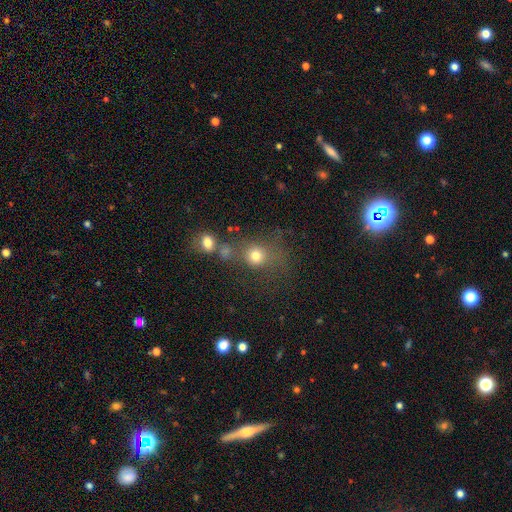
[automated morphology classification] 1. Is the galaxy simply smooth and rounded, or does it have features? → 73% smooth, 17% star or artifact, 10% featured or disk.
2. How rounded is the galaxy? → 80% round, 19% in between, 1% cigar-shaped.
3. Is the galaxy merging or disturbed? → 50% none, 24% merger, 13% minor disturbance, 12% major disturbance.